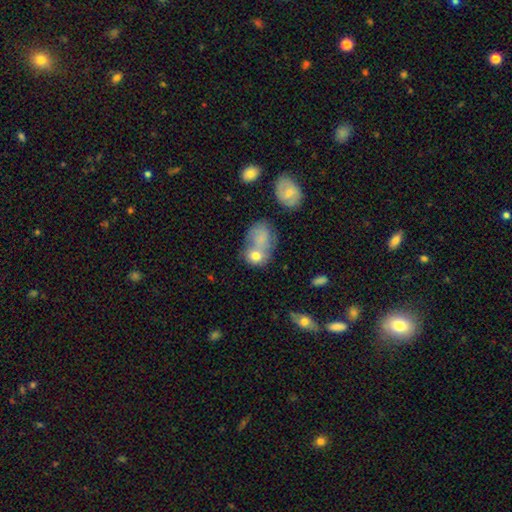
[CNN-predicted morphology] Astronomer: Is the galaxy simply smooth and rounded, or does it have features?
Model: smooth — 72%.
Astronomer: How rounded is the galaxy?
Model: round — 54% (runner-up: in between, 44%).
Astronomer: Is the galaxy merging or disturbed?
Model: merger — 51% (runner-up: none, 29%).